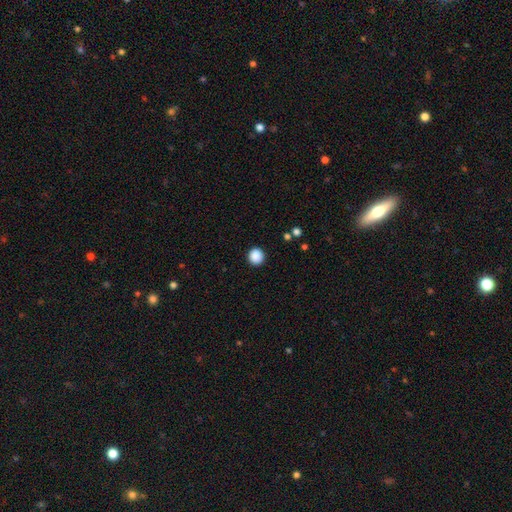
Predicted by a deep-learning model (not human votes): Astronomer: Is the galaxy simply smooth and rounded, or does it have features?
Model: smooth — 88%.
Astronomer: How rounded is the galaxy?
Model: round — 91%.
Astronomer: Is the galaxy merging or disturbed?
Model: none — 92%.